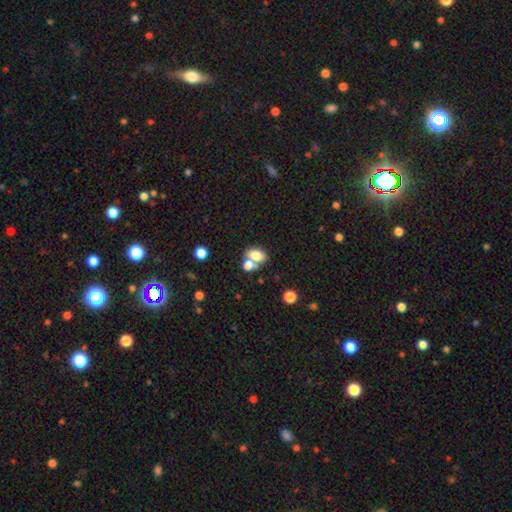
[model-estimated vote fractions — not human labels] Morphology: type=smooth (76%); roundness=in between (77%); merging=merger (53%).